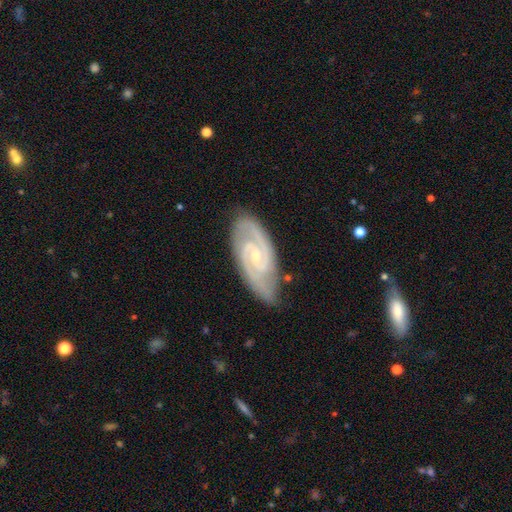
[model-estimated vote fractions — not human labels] featured or disk 91%, star or artifact 5%, smooth 5%. Down the decision tree: edge-on disk — no (96%); bar — no (45%); spiral arms — yes (98%); spiral arm count — 2 (86%); spiral winding — tight (52%); bulge size — small (76%); merging — none (80%).